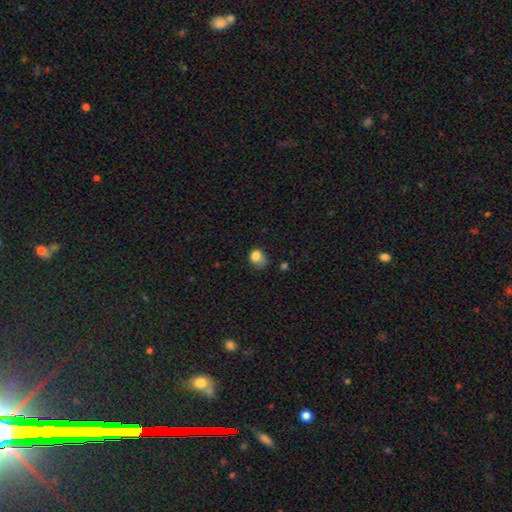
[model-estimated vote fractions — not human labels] Morphology: type=smooth (81%); roundness=round (54%); merging=minor disturbance (39%).